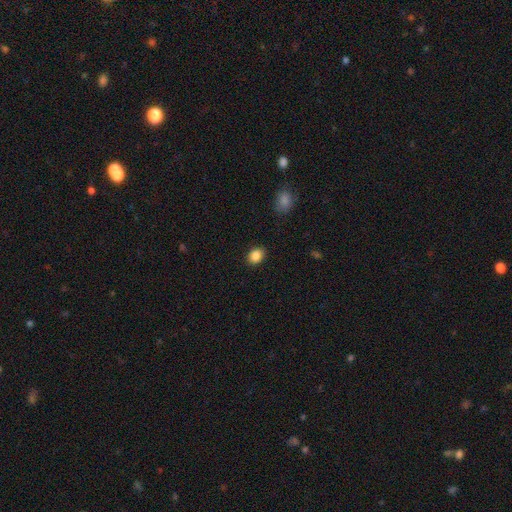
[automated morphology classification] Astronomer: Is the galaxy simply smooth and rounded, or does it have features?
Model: smooth — 87%.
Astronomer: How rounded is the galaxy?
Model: in between — 57% (runner-up: round, 42%).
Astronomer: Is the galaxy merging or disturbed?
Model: none — 89%.